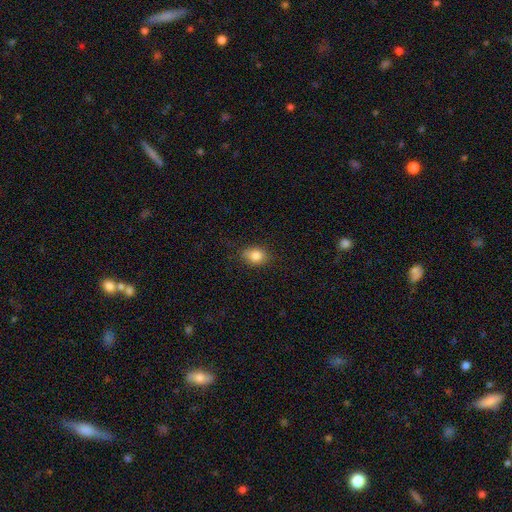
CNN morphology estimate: smooth-or-featured: smooth: 84% | star or artifact: 9% | featured or disk: 7%
  how-rounded: in between: 59% | round: 39% | cigar-shaped: 2%
  merging: none: 78% | minor disturbance: 17% | major disturbance: 4% | merger: 1%